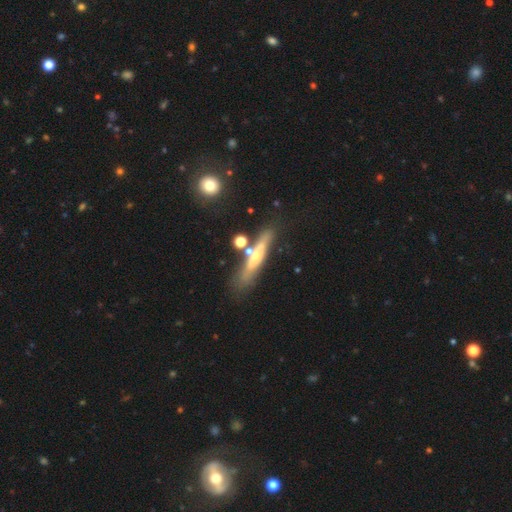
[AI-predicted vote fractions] This is likely a featured or disk galaxy (60%). It is clearly viewed edge-on (82%). Merging: likely none (67%).